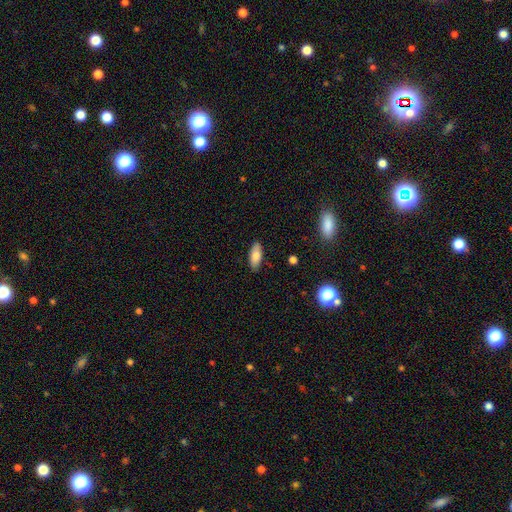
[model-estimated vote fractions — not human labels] A smooth galaxy with no disk features (81%) that is in between round and cigar-shaped (80%). Merging: none (87%).